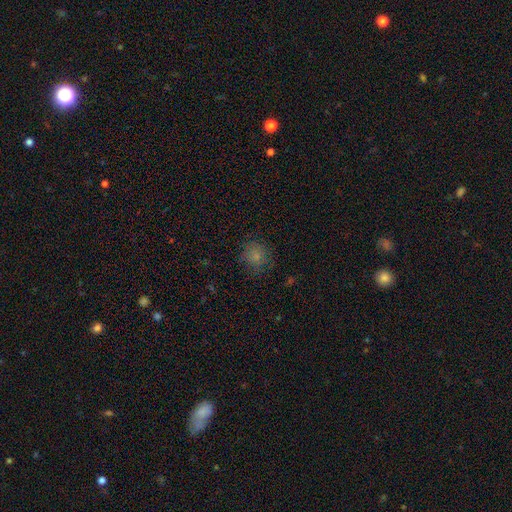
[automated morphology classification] Smooth or featured?
  - smooth: 79% *
  - star or artifact: 14%
  - featured or disk: 8%
How rounded?
  - round: 87% *
  - in between: 12%
  - cigar-shaped: 1%
Merging?
  - none: 79% *
  - minor disturbance: 15%
  - major disturbance: 5%
  - merger: 1%